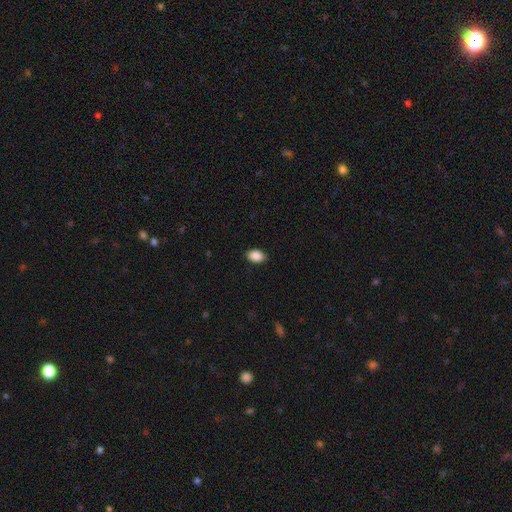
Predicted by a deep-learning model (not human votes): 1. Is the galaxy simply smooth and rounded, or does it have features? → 88% smooth, 8% star or artifact, 4% featured or disk.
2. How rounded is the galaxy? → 87% in between, 12% round, 1% cigar-shaped.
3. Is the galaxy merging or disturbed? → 88% none, 9% minor disturbance, 2% major disturbance, 1% merger.